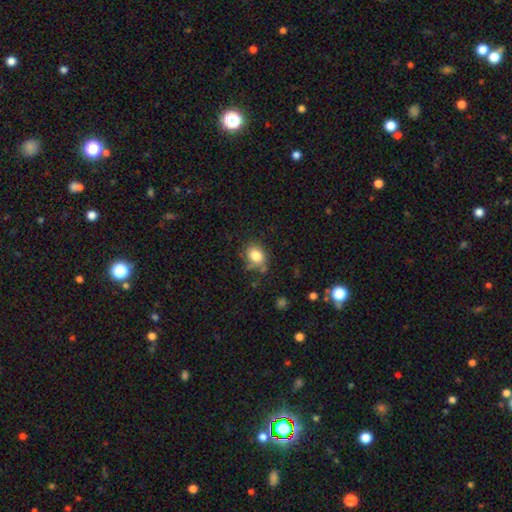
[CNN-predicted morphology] smooth-or-featured: smooth: 81% | star or artifact: 10% | featured or disk: 9%
  how-rounded: round: 50% | in between: 49% | cigar-shaped: 1%
  merging: none: 61% | minor disturbance: 24% | major disturbance: 8% | merger: 6%